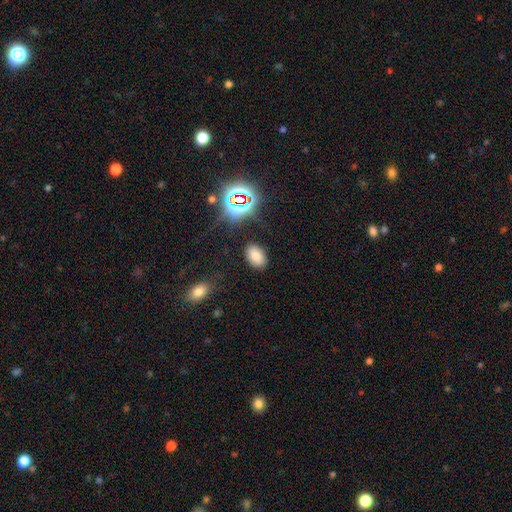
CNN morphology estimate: Overall: smooth (76%). How rounded: in between (89%). Merging: none (85%).